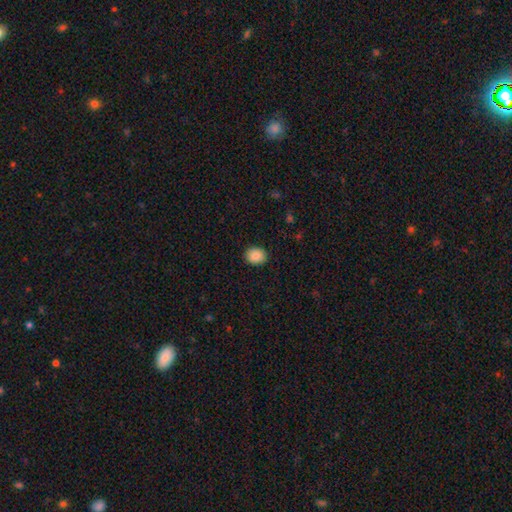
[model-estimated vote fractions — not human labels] A smooth galaxy with no disk features (87%) that is round (56%). Merging: none (90%).